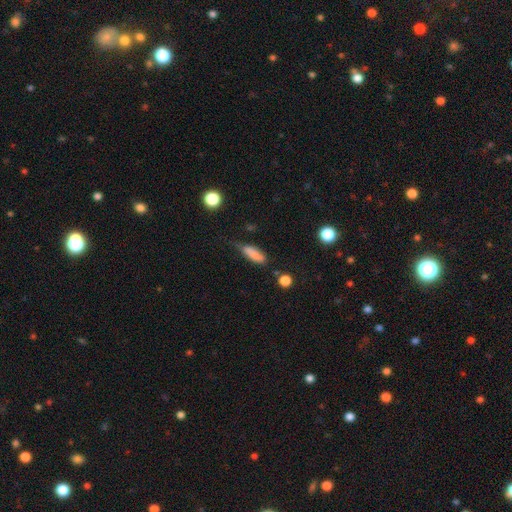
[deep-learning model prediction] The model was most divided on "how rounded": in between: 55%, cigar-shaped: 42%, round: 3%. More confident: smooth or featured — smooth (81%); merging — none (50%).